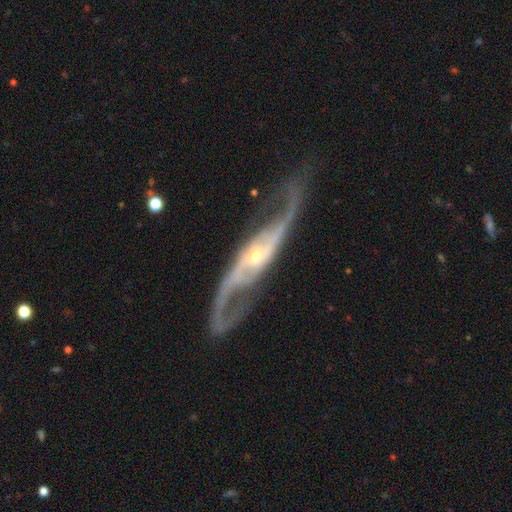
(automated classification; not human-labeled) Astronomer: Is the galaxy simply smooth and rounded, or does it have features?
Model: featured or disk — 92%.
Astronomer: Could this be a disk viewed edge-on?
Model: no — 90%.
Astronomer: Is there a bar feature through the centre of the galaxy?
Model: no — 42% (runner-up: weak, 30%).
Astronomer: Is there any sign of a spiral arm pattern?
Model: yes — 97%.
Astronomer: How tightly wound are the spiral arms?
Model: loose — 51% (runner-up: medium, 37%).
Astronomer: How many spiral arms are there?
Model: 2 — 93%.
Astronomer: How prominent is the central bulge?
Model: small — 64%.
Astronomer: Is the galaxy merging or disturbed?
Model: none — 75%.